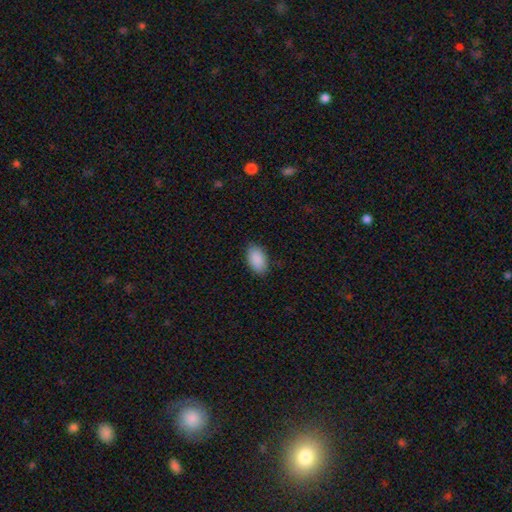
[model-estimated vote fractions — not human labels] The model was most divided on "merging": none: 87%, minor disturbance: 10%, major disturbance: 2%, merger: 1%. More confident: how rounded — in between (94%); smooth or featured — smooth (90%).